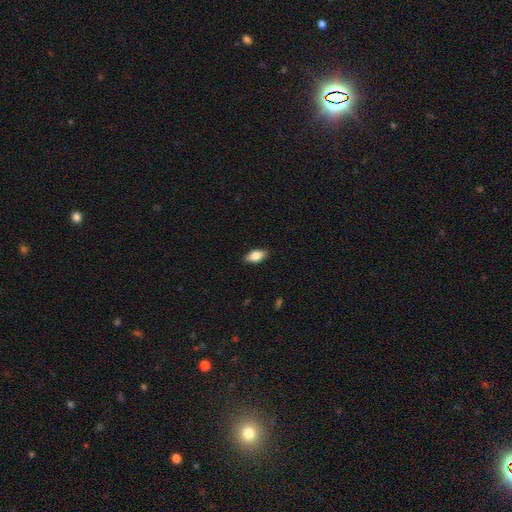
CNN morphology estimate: Smooth or featured? Predicted: smooth (p=0.82). How rounded? Predicted: in between (p=0.89). Merging? Predicted: none (p=0.88).